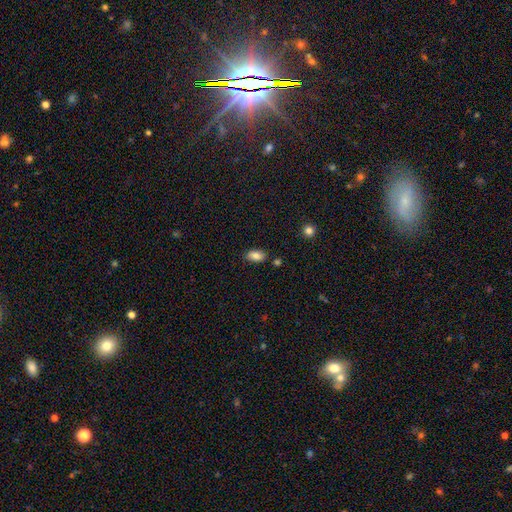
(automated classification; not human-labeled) Smooth or featured?
  - smooth: 85% *
  - star or artifact: 8%
  - featured or disk: 7%
How rounded?
  - in between: 92% *
  - round: 4%
  - cigar-shaped: 4%
Merging?
  - none: 81% *
  - minor disturbance: 12%
  - merger: 4%
  - major disturbance: 2%